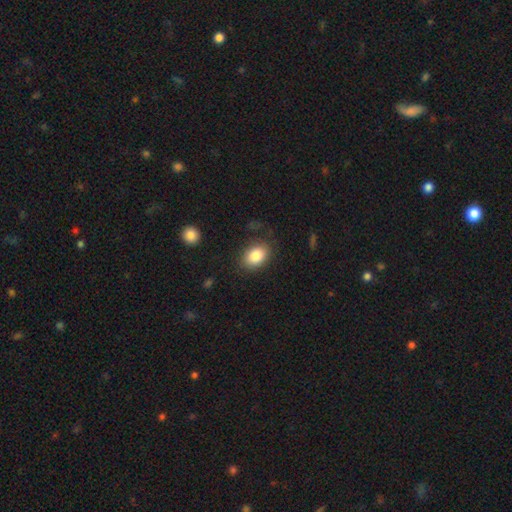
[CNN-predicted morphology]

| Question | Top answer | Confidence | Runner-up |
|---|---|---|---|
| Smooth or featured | smooth | 85% | featured or disk (8%) |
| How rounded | in between | 81% | round (18%) |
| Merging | none | 79% | minor disturbance (14%) |